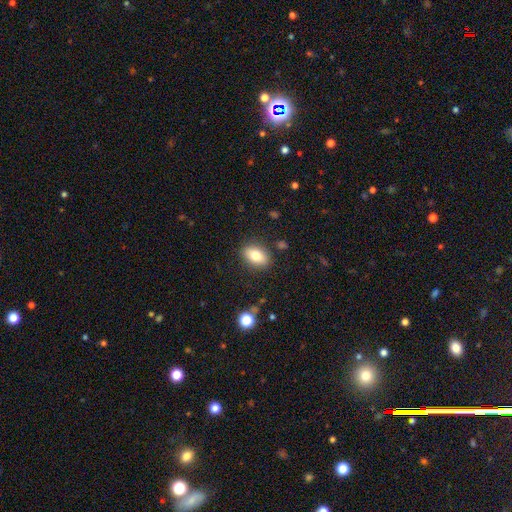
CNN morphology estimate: Smooth or featured?
  - smooth: 77% *
  - featured or disk: 15%
  - star or artifact: 8%
How rounded?
  - in between: 84% *
  - round: 13%
  - cigar-shaped: 3%
Merging?
  - none: 86% *
  - minor disturbance: 9%
  - major disturbance: 3%
  - merger: 2%